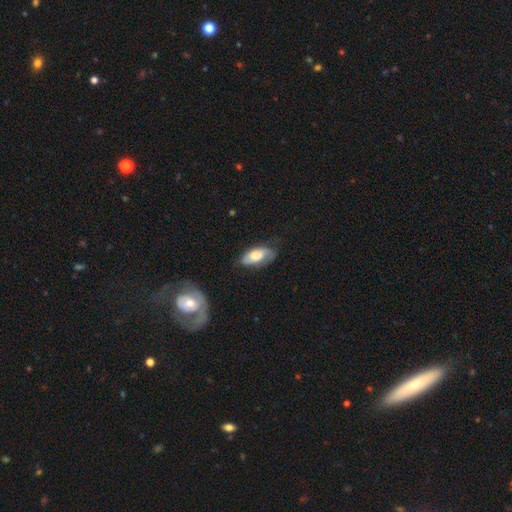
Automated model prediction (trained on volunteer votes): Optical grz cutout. It shows a smooth galaxy with no disk features (60%) that is in between round and cigar-shaped (88%). Merging: none (57%).